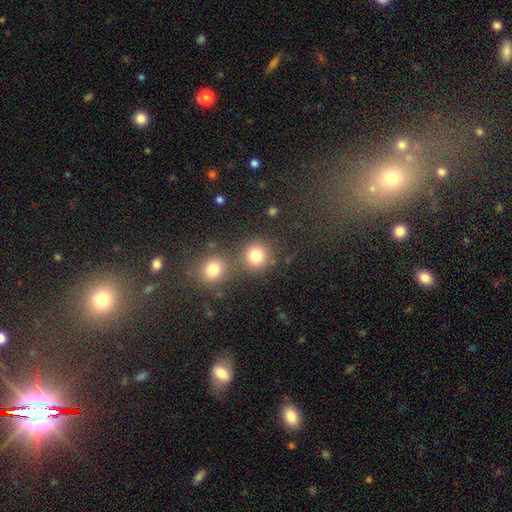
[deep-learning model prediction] Smooth or featured? Predicted: smooth (p=0.80). How rounded? Predicted: round (p=0.89). Merging? Predicted: none (p=0.60).